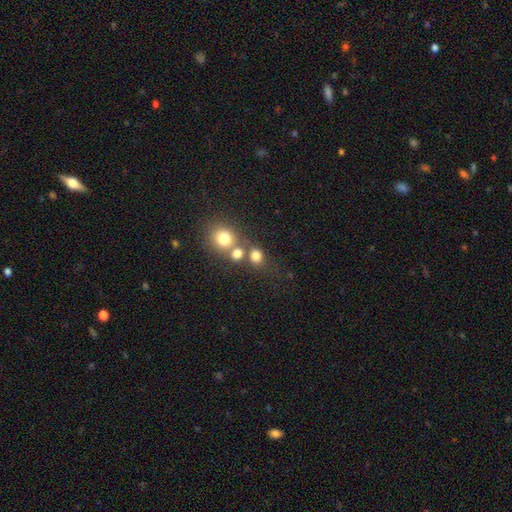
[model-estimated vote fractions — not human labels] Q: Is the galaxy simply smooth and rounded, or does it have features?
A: smooth — 76%.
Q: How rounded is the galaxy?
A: round — 77%.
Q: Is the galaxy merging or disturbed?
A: none — 52%.